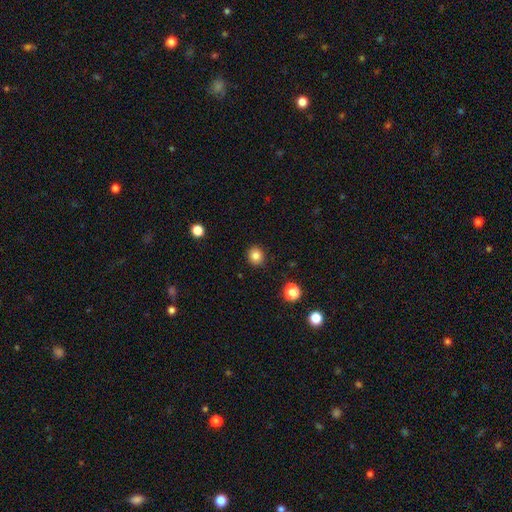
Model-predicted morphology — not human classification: The model was most divided on "smooth or featured": smooth: 83%, star or artifact: 12%, featured or disk: 5%. More confident: merging — none (89%); how rounded — round (86%).